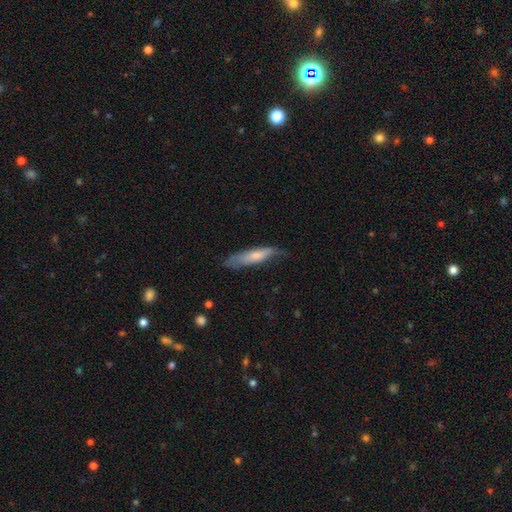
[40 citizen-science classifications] This is likely a smooth galaxy (60%). How rounded: likely cigar-shaped (67%). Merging: likely none (74%).